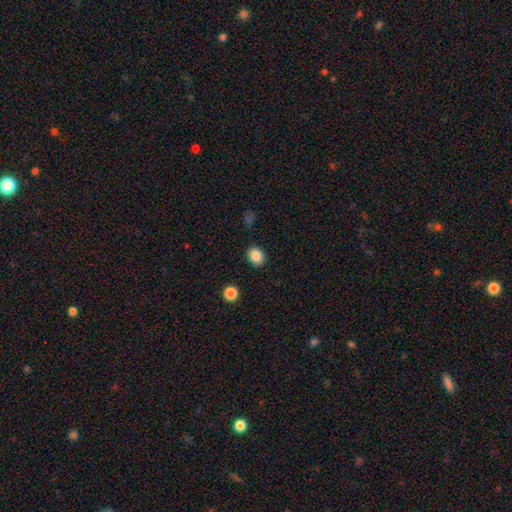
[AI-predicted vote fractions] The model was most divided on "how rounded": round: 64%, in between: 35%, cigar-shaped: 1%. More confident: merging — none (89%); smooth or featured — smooth (85%).